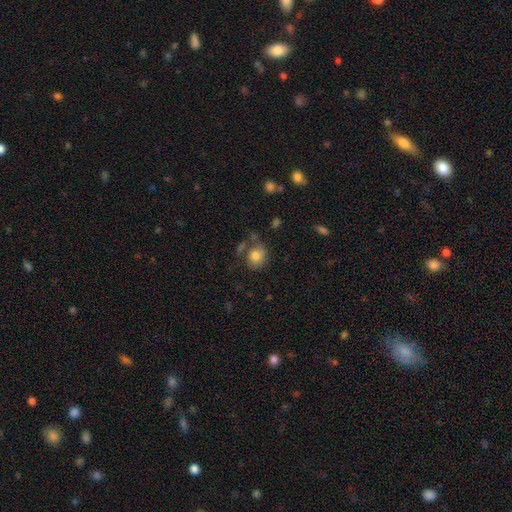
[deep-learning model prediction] Morphology: type=smooth (79%); roundness=round (60%); merging=none (58%).